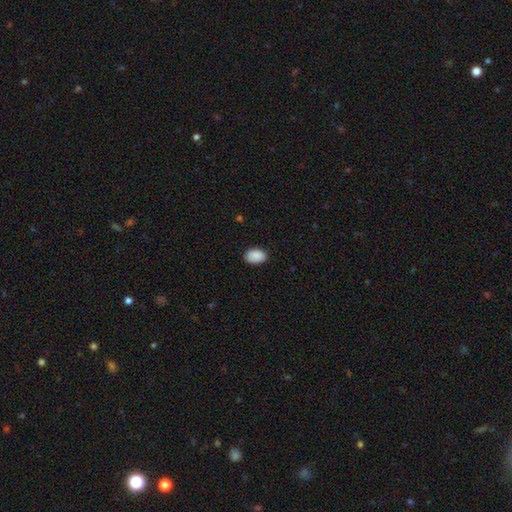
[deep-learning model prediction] Smooth or featured? Predicted: smooth (p=0.90). How rounded? Predicted: in between (p=0.87). Merging? Predicted: none (p=0.87).